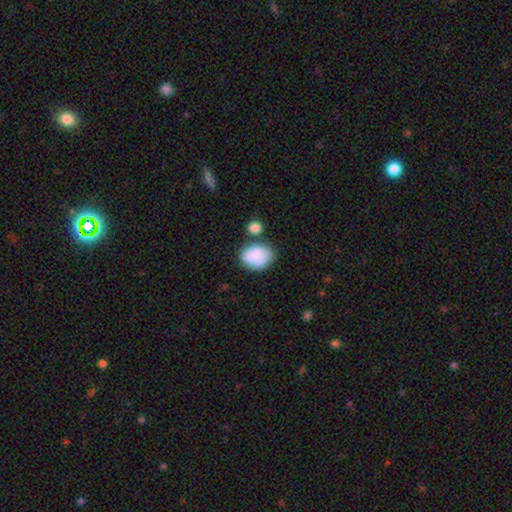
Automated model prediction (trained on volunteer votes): smooth 81%, featured or disk 11%, star or artifact 8%. Down the decision tree: how rounded — in between (72%); merging — none (52%).